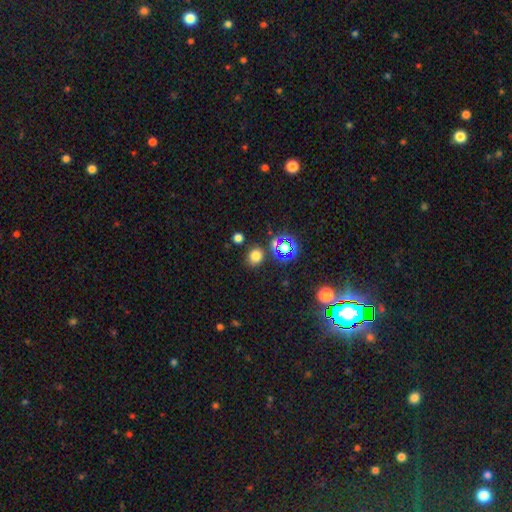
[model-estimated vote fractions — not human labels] Smooth or featured?
  - smooth: 71% *
  - star or artifact: 24%
  - featured or disk: 5%
How rounded?
  - round: 76% *
  - in between: 23%
  - cigar-shaped: 1%
Merging?
  - none: 81% *
  - minor disturbance: 9%
  - merger: 6%
  - major disturbance: 4%